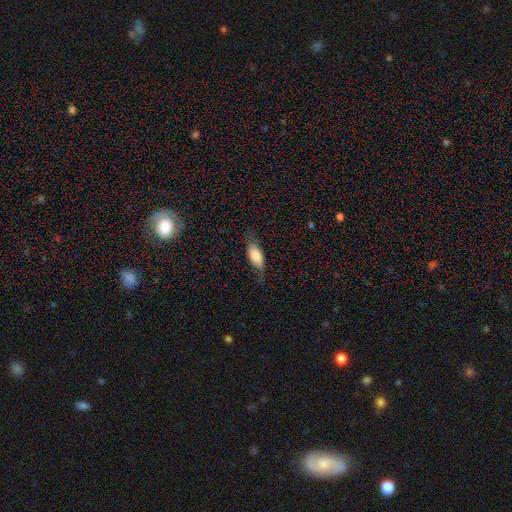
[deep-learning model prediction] A smooth galaxy with no disk features (75%) that is in between round and cigar-shaped (82%).

Vote fractions:
- Smooth or featured? smooth: 75% / featured or disk: 18% / star or artifact: 7%
- How rounded? in between: 82% / cigar-shaped: 15% / round: 3%
- Merging? none: 65% / minor disturbance: 25% / major disturbance: 8% / merger: 1%